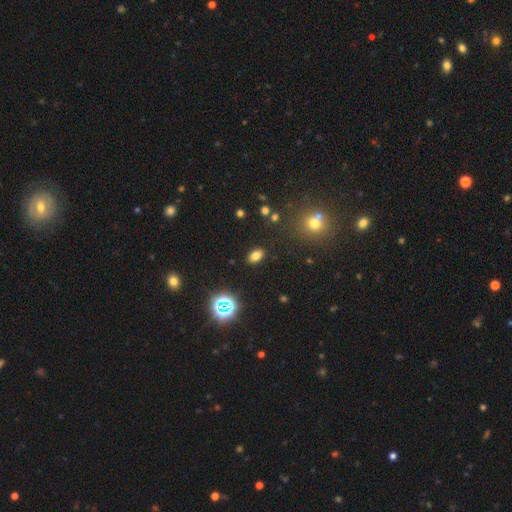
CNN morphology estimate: Smooth or featured? smooth (75%)
How rounded? in between (87%)
Merging? none (88%)